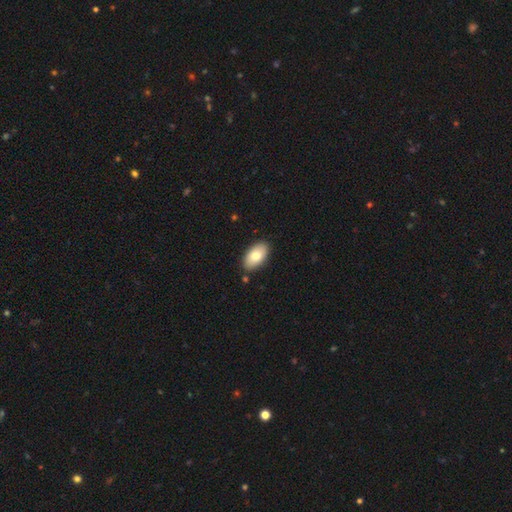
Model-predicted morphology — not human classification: Overall: smooth (79%). How rounded: in between (94%). Merging: none (87%).